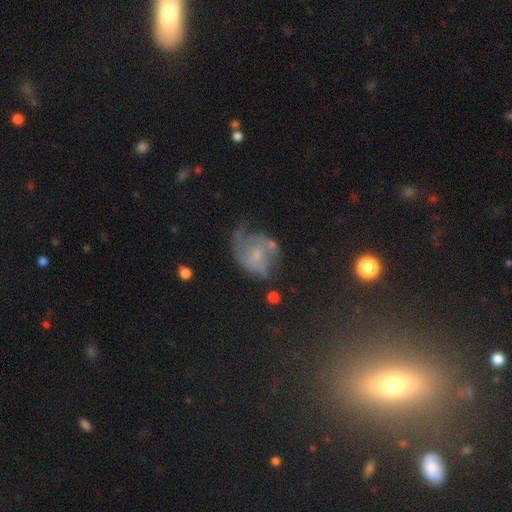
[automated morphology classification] The model was most divided on "spiral arm count": 2: 35%, can't tell: 29%, 1: 19%, 3: 10%, 4: 4%, more than 4: 3%. Remaining: edge-on disk — no (97%); spiral arms — yes (83%); bar — no (69%); smooth or featured — featured or disk (67%); bulge size — small (63%); spiral winding — medium (42%); merging — none (40%).